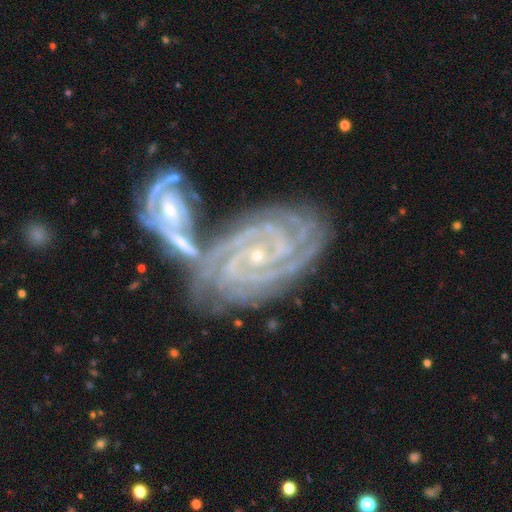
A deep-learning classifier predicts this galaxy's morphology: A featured or disk galaxy (92%) with no bar (56%), 2 (23%) tight (86%) spiral arms (99%) and a small central bulge (78%). Merging: merger (49%).